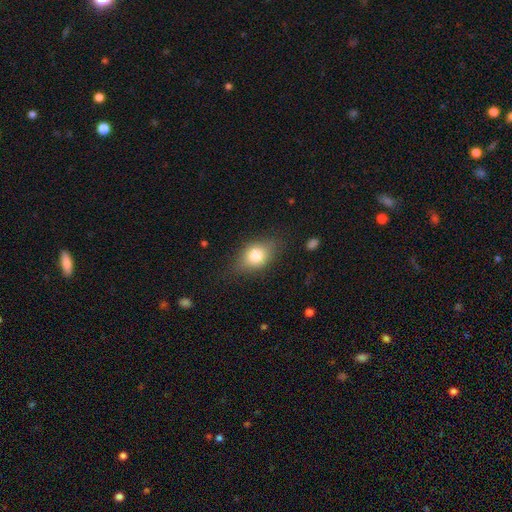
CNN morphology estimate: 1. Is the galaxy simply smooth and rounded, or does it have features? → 77% smooth, 14% featured or disk, 9% star or artifact.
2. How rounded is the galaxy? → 72% in between, 25% round, 3% cigar-shaped.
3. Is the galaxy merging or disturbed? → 73% none, 19% minor disturbance, 6% major disturbance, 1% merger.